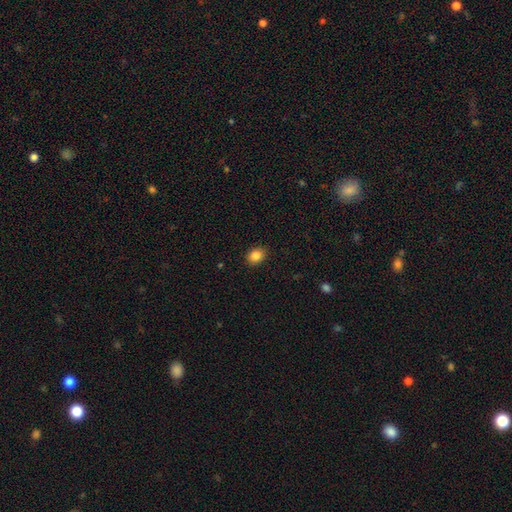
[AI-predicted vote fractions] smooth-or-featured: smooth: 86% | star or artifact: 10% | featured or disk: 5%
  how-rounded: in between: 52% | round: 47% | cigar-shaped: 1%
  merging: none: 89% | minor disturbance: 8% | major disturbance: 2% | merger: 1%